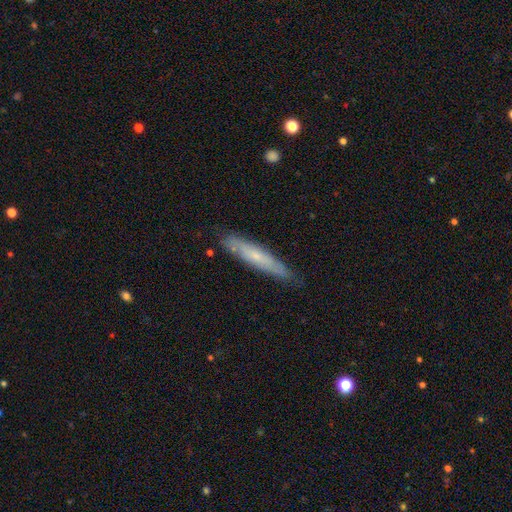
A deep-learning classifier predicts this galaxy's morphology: This appears to be a smooth galaxy with no disk features (47%). Merging: none (81%).